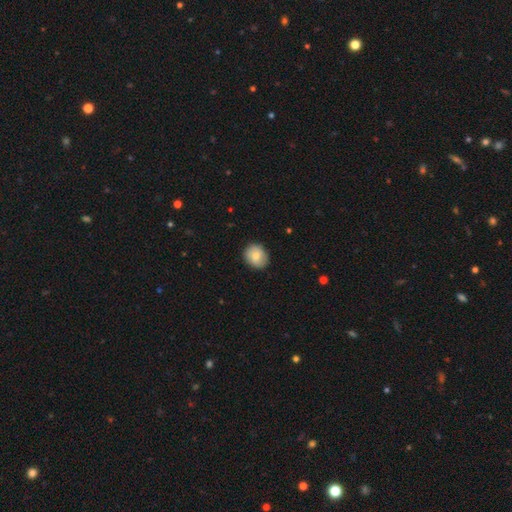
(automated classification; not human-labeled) The model was most divided on "how rounded": round: 68%, in between: 31%, cigar-shaped: 1%. More confident: merging — none (87%); smooth or featured — smooth (76%).